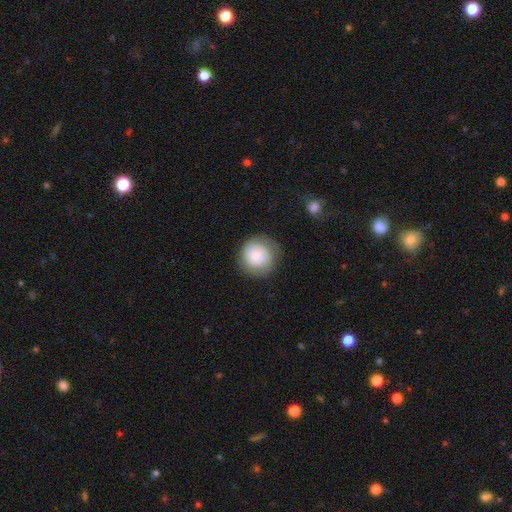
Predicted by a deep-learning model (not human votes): smooth_or_featured: smooth (p=0.62) [alt: featured or disk p=0.30]
how_rounded: round (p=0.92) [alt: in between p=0.07]
merging: none (p=0.73) [alt: minor disturbance p=0.18]